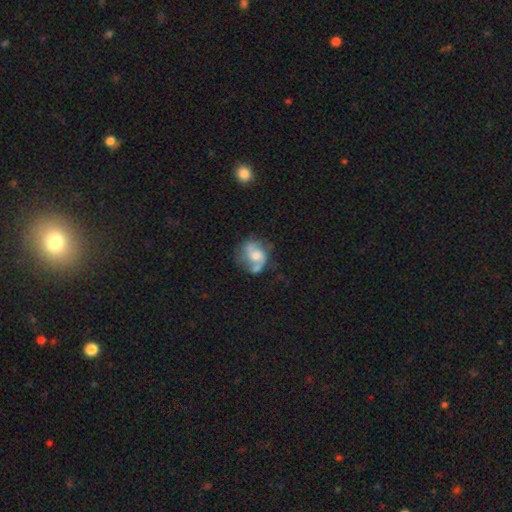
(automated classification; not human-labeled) Smooth or featured: featured or disk — 55% (smooth — 37%)
Edge-on disk: no — 97% (yes — 3%)
Bar: no — 70% (weak — 25%)
Spiral arms: yes — 66% (no — 34%)
Bulge size: moderate — 49% (small — 22%)
Merging: none — 40% (minor disturbance — 24%)